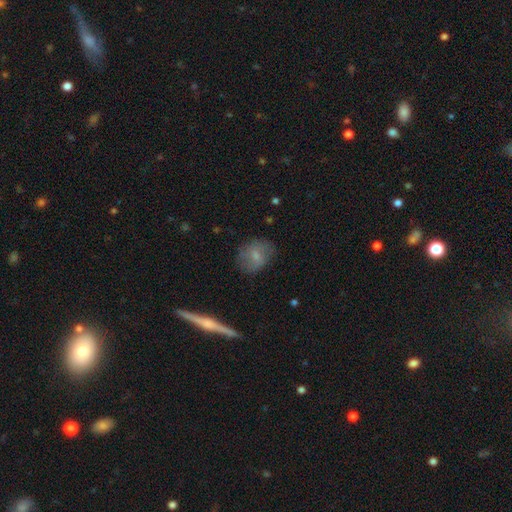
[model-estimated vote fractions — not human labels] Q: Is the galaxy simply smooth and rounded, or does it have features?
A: smooth — 68%.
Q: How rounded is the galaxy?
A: in between — 50%.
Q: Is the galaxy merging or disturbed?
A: none — 71%.